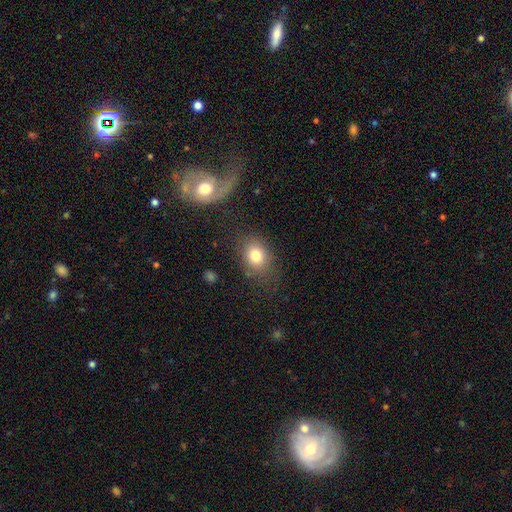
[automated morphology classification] Smooth or featured: smooth — 80% (featured or disk — 10%)
How rounded: in between — 55% (round — 44%)
Merging: none — 73% (minor disturbance — 16%)